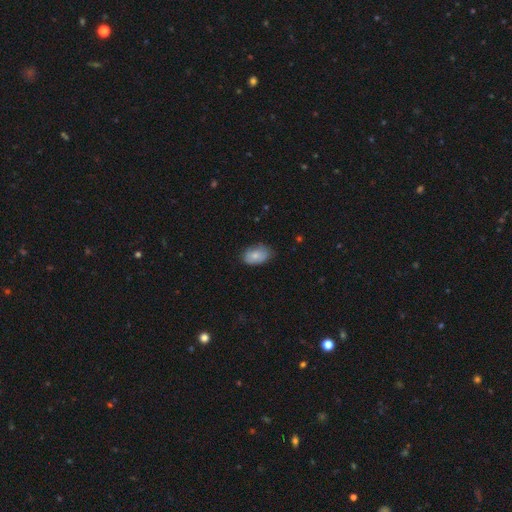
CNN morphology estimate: smooth_or_featured: smooth (p=0.78) [alt: featured or disk p=0.15]
how_rounded: in between (p=0.88) [alt: round p=0.11]
merging: none (p=0.71) [alt: minor disturbance p=0.24]